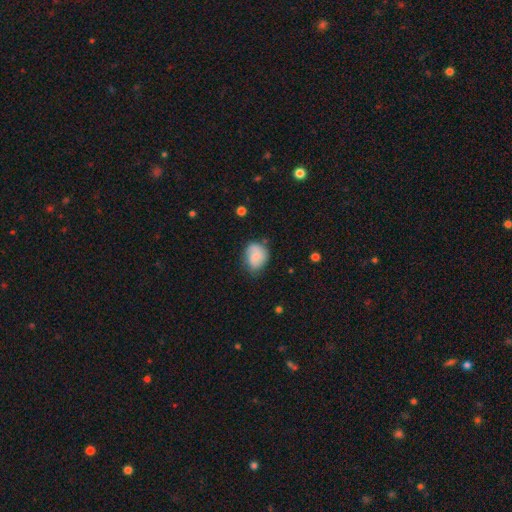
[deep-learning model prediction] Morphology: type=smooth (72%); roundness=in between (56%); merging=none (56%).